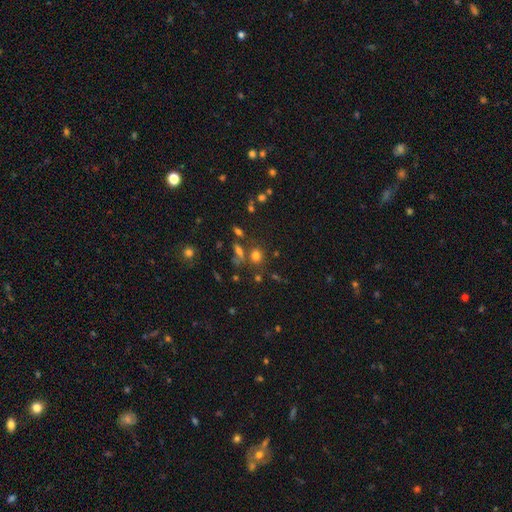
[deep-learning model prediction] This is likely a smooth galaxy (70%). How rounded: likely round (73%). Merging: likely none (68%).